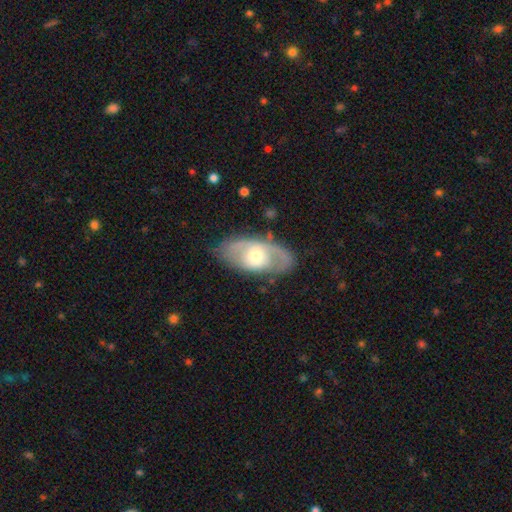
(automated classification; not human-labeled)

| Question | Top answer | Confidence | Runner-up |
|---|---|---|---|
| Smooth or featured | featured or disk | 63% | smooth (31%) |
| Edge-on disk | no | 89% | yes (11%) |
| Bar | no | 69% | weak (25%) |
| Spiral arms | yes | 63% | no (37%) |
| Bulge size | moderate | 62% | small (27%) |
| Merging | none | 73% | minor disturbance (18%) |